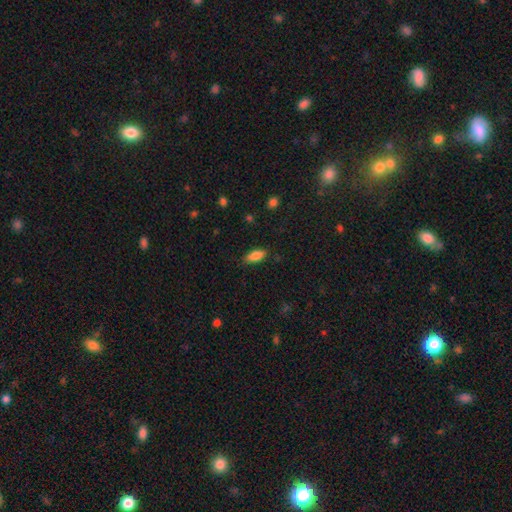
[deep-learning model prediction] smooth 83%, featured or disk 9%, star or artifact 7%. Down the decision tree: how rounded — in between (77%); merging — none (81%).